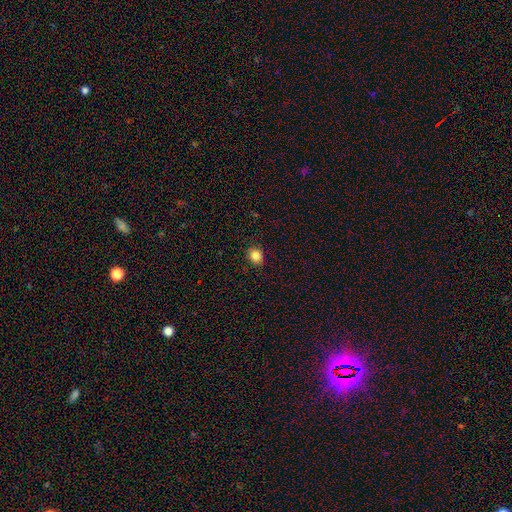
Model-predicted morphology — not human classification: smooth 85%, star or artifact 11%, featured or disk 5%. Down the decision tree: how rounded — round (64%); merging — none (89%).